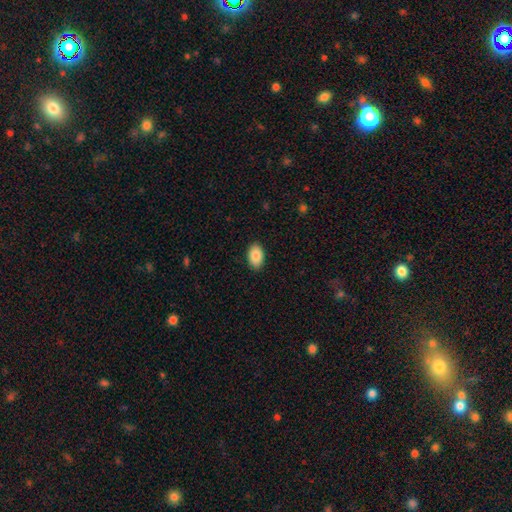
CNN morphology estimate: A smooth galaxy with no disk features (87%) that is in between round and cigar-shaped (92%).

Vote fractions:
- Smooth or featured? smooth: 87% / star or artifact: 7% / featured or disk: 6%
- How rounded? in between: 92% / round: 6% / cigar-shaped: 1%
- Merging? none: 89% / minor disturbance: 8% / major disturbance: 2% / merger: 1%